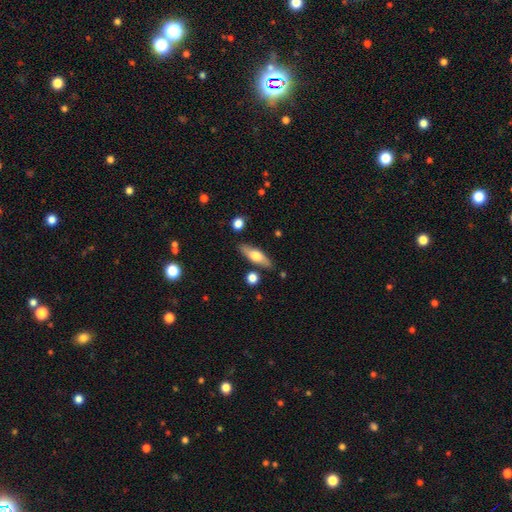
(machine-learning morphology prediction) A smooth galaxy with no disk features (56%) that is in between round and cigar-shaped (51%). Merging: none (82%).